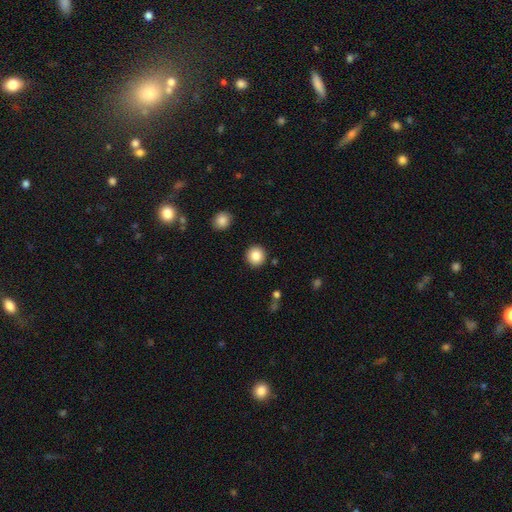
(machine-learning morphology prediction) type=smooth (86%); roundness=round (94%); merging=none (91%).